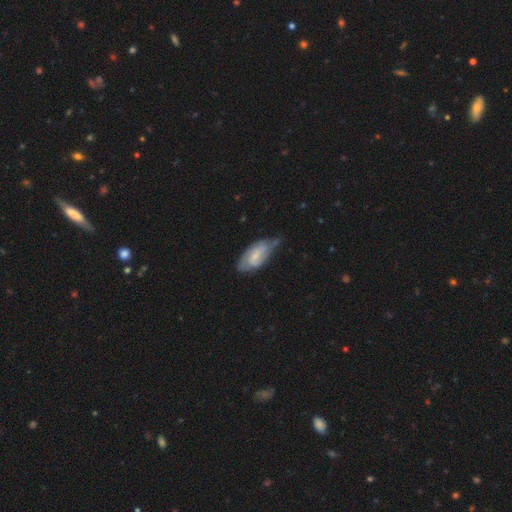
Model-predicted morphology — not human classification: This is possibly a featured or disk galaxy (55%). It is clearly not viewed edge-on (93%). Bar: possibly weak (54%). Spiral arm pattern: clearly yes (80%). Central bulge: possibly small (58%). Merging: possibly none (49%).